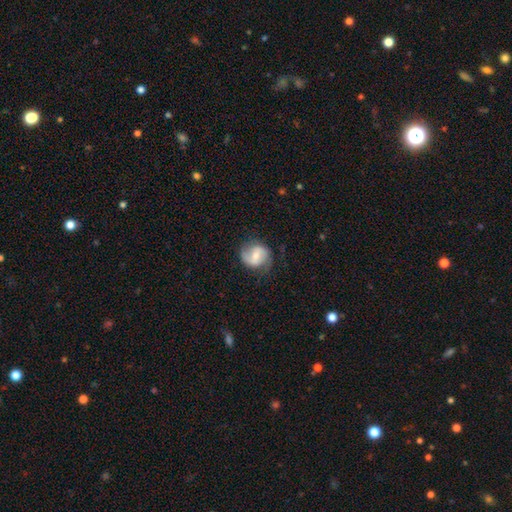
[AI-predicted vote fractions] Q: Smooth or featured?
A: featured or disk (64%); runner-up: smooth (29%)
Q: Edge-on disk?
A: no (98%); runner-up: yes (2%)
Q: Bar?
A: weak (48%); runner-up: no (29%)
Q: Spiral arms?
A: yes (88%); runner-up: no (12%)
Q: Spiral winding?
A: medium (45%); runner-up: loose (33%)
Q: Spiral arm count?
A: 2 (85%); runner-up: can't tell (7%)
Q: Bulge size?
A: moderate (52%); runner-up: small (39%)
Q: Merging?
A: none (73%); runner-up: minor disturbance (19%)